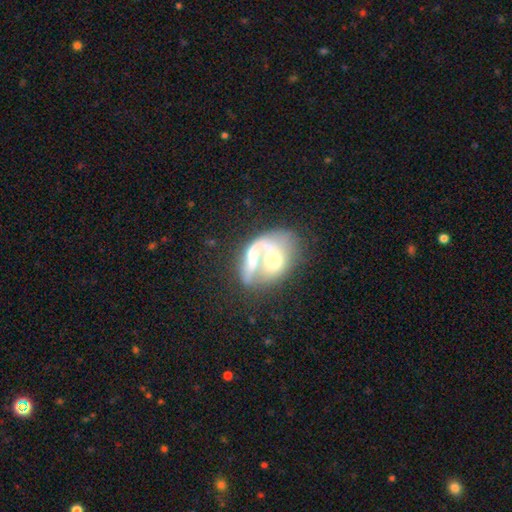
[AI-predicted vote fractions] featured or disk 57%, smooth 35%, star or artifact 8%. Down the decision tree: edge-on disk — no (95%); bar — no (75%); spiral arms — no (60%); bulge size — moderate (59%); merging — merger (58%).